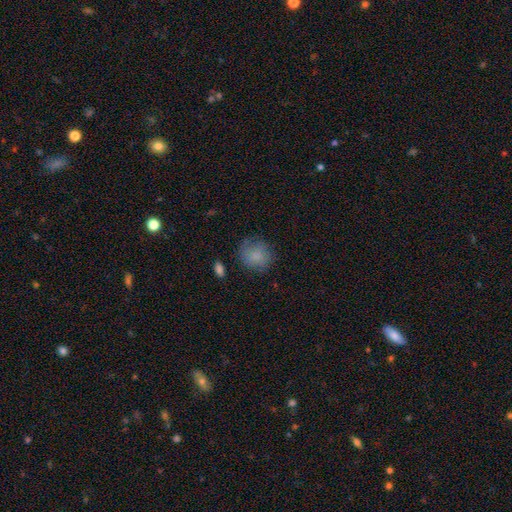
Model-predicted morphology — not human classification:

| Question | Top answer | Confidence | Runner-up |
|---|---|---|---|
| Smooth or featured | smooth | 83% | star or artifact (9%) |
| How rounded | round | 81% | in between (18%) |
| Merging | none | 71% | minor disturbance (20%) |